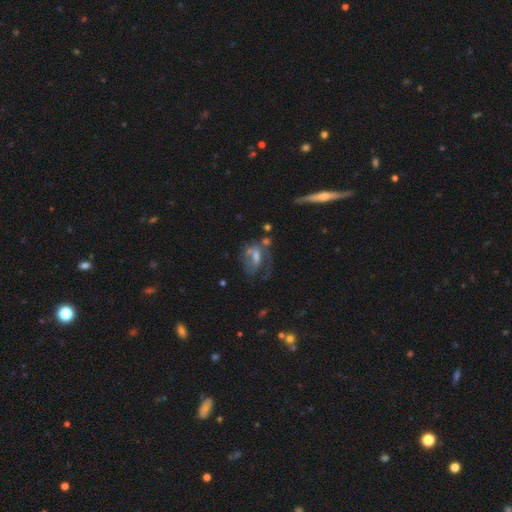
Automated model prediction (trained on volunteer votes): smooth-or-featured: featured or disk: 57% | smooth: 31% | star or artifact: 12%
  disk-edge-on: no: 94% | yes: 6%
    bar: no: 49% | weak: 37% | strong: 14%
    has-spiral-arms: no: 52% | yes: 48%
    bulge-size: moderate: 41% | small: 26% | none: 21% | large: 10% | dominant: 2%
  merging: major disturbance: 41% | none: 31% | minor disturbance: 20% | merger: 9%